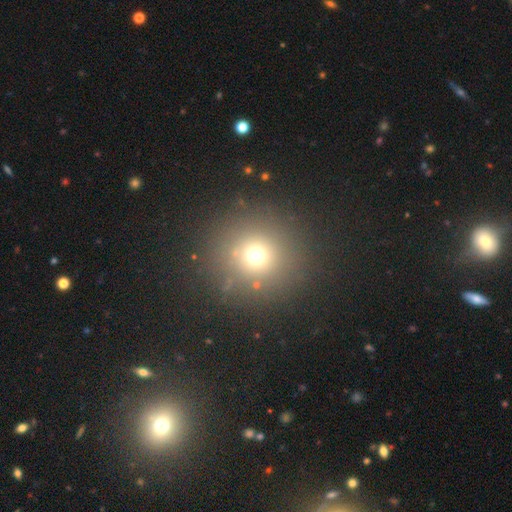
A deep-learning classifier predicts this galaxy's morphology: This is likely a smooth galaxy (68%). How rounded: clearly round (94%). Merging: clearly none (86%).